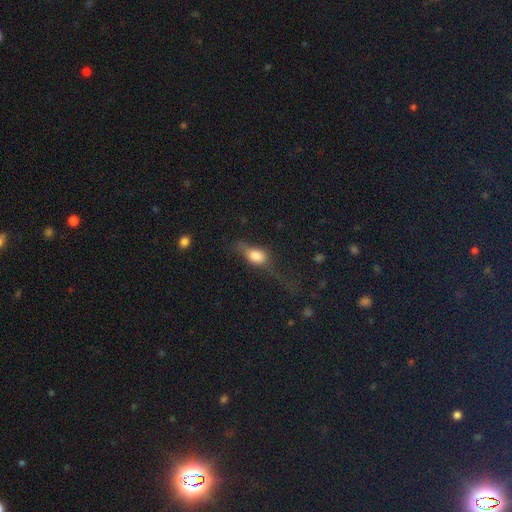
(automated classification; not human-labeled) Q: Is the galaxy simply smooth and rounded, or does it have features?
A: smooth — 68%.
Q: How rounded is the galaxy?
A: in between — 73%.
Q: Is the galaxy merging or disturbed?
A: major disturbance — 43%.